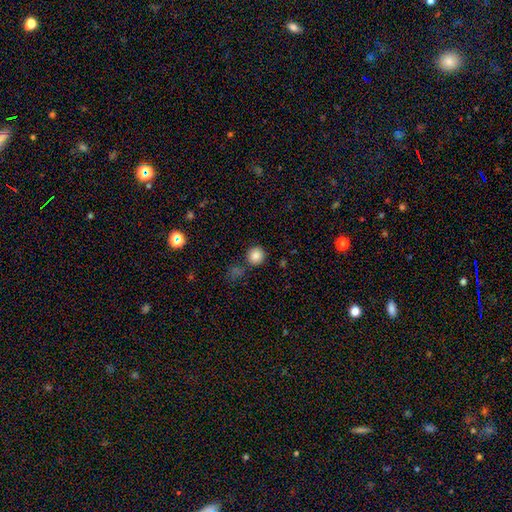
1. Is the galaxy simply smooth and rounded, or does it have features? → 89% smooth, 8% star or artifact, 3% featured or disk.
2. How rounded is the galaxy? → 94% round, 6% in between, 0% cigar-shaped.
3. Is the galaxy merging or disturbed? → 89% none, 6% minor disturbance, 6% merger, 0% major disturbance.